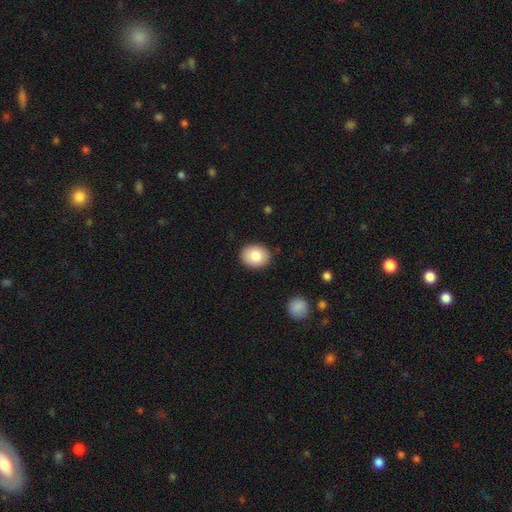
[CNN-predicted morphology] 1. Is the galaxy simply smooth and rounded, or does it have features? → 82% smooth, 10% featured or disk, 8% star or artifact.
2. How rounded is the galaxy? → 57% round, 43% in between, 1% cigar-shaped.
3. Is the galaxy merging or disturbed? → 89% none, 8% minor disturbance, 2% major disturbance, 1% merger.